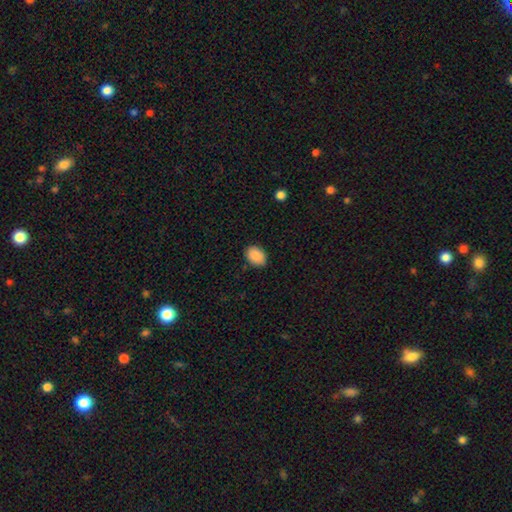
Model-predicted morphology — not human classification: This appears to be a smooth galaxy with no disk features (89%) that is in between round and cigar-shaped (76%). Merging: none (84%).